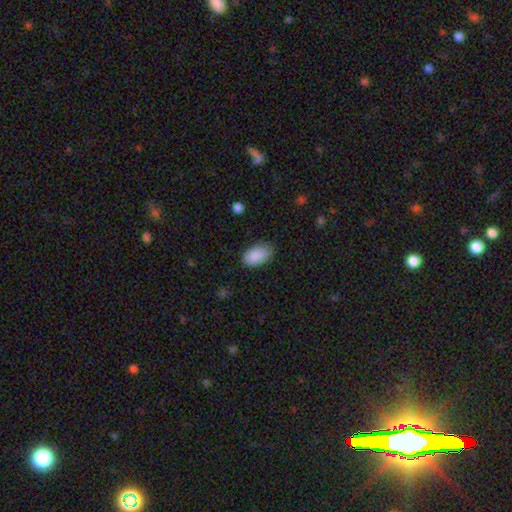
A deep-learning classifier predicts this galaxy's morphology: smooth-or-featured: smooth: 89% | star or artifact: 7% | featured or disk: 4%
  how-rounded: in between: 94% | round: 5% | cigar-shaped: 2%
  merging: none: 78% | minor disturbance: 18% | major disturbance: 3% | merger: 1%